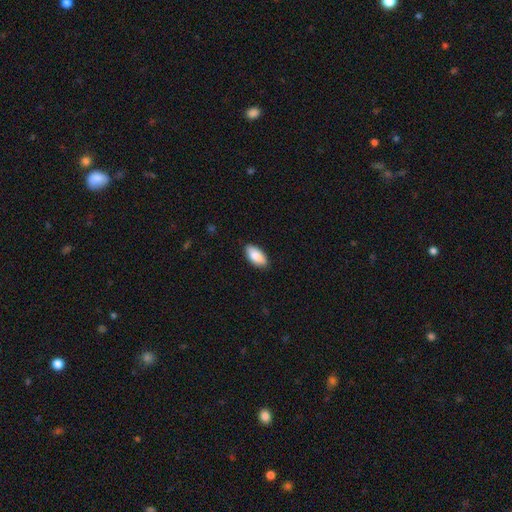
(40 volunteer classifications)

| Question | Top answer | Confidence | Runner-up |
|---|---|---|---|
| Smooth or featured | smooth | 98% | star or artifact (2%) |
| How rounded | in between | 95% | cigar-shaped (5%) |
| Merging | none | 87% | minor disturbance (10%) |